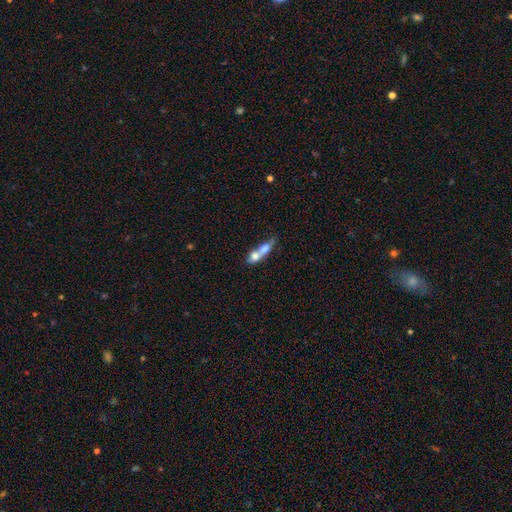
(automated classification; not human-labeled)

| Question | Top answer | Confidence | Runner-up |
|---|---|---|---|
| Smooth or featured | smooth | 66% | featured or disk (26%) |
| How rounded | in between | 54% | round (27%) |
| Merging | merger | 75% | none (15%) |